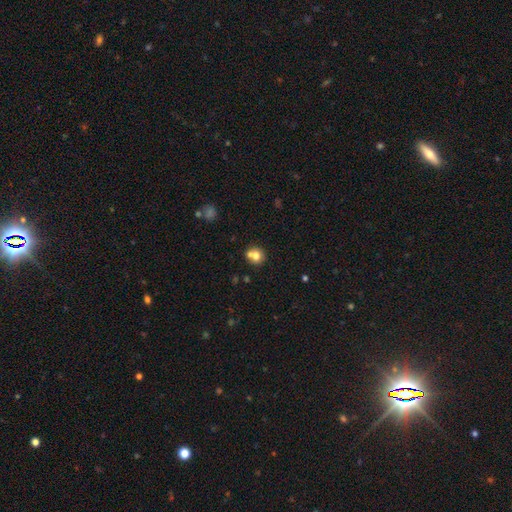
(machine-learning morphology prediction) Smooth or featured? smooth (73%)
How rounded? round (82%)
Merging? none (49%)